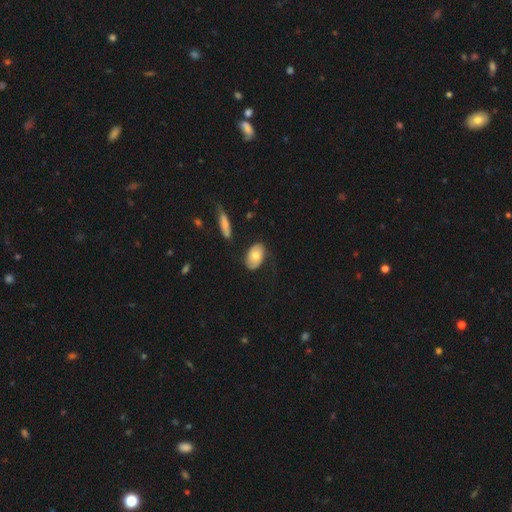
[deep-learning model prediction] This is likely a smooth galaxy (63%). How rounded: clearly in between (88%). Merging: likely none (69%).